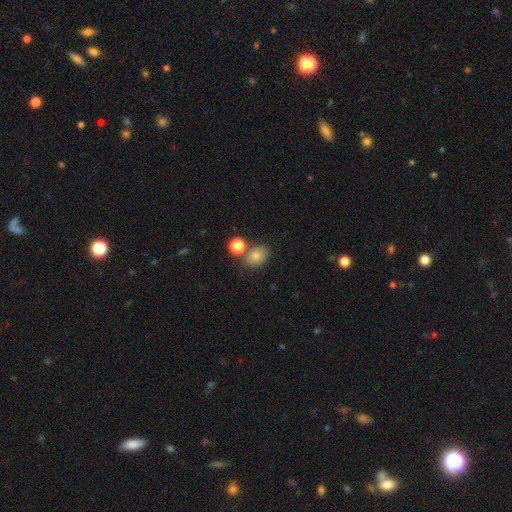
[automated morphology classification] smooth 79%, star or artifact 12%, featured or disk 9%. Down the decision tree: how rounded — in between (50%); merging — none (65%).